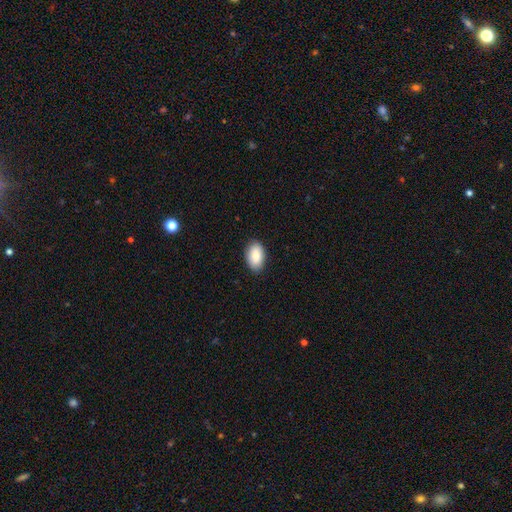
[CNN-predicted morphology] A smooth galaxy with no disk features (88%) that is in between round and cigar-shaped (93%). Merging: none (88%).